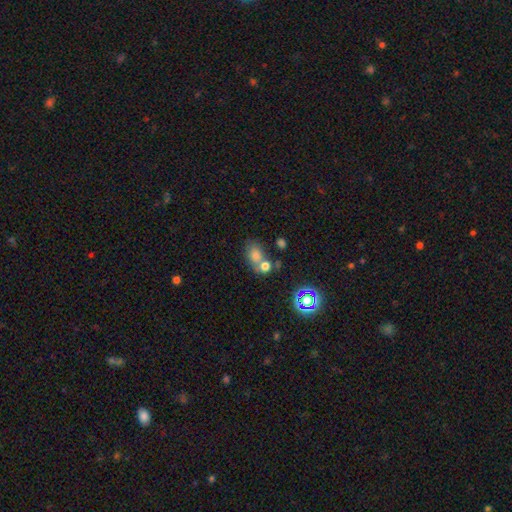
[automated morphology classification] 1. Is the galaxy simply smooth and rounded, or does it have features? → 69% smooth, 19% star or artifact, 12% featured or disk.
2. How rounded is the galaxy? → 61% in between, 37% round, 2% cigar-shaped.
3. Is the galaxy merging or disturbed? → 42% none, 41% merger, 12% minor disturbance, 6% major disturbance.